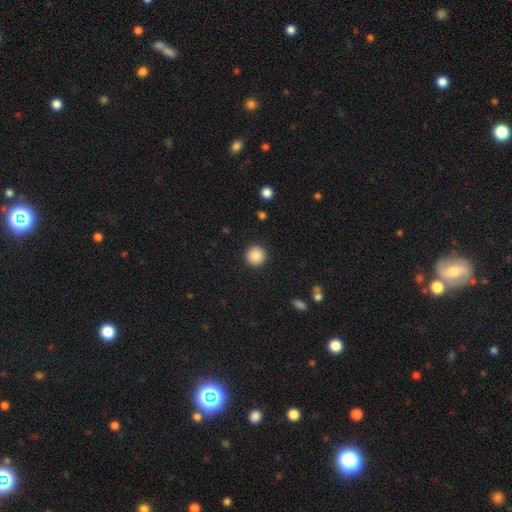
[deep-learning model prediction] Overall: smooth (88%). How rounded: round (96%). Merging: none (92%).